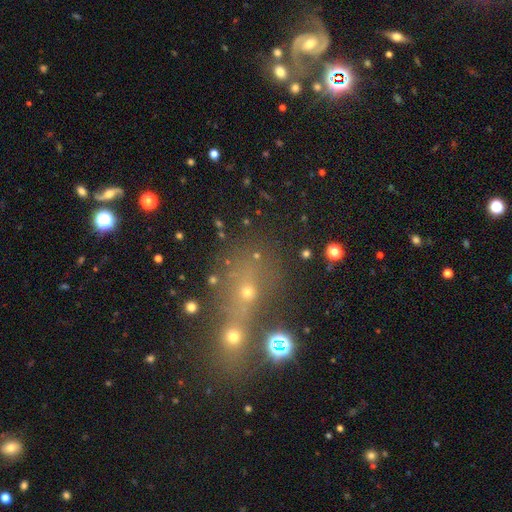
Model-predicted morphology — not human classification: star or artifact 48%, smooth 36%, featured or disk 16%.